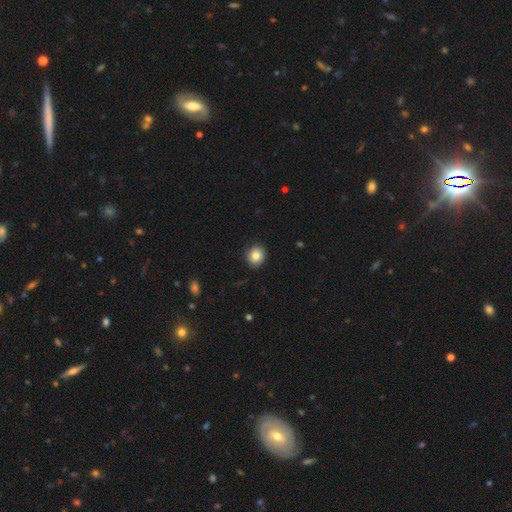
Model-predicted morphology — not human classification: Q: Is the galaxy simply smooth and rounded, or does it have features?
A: smooth — 79%.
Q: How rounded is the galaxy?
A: round — 79%.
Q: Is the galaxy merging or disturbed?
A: none — 83%.